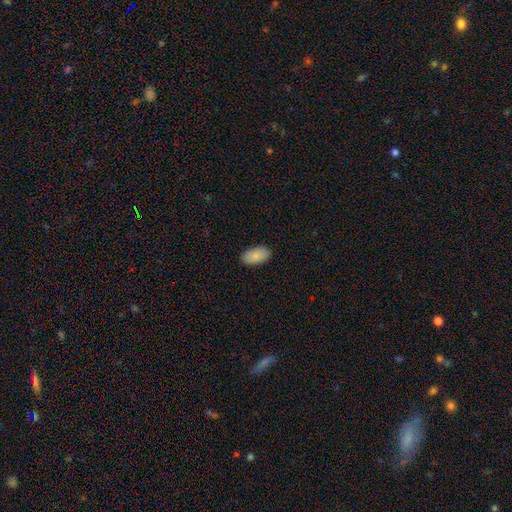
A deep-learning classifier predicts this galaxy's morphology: Q: Smooth or featured?
A: smooth (88%); runner-up: star or artifact (6%)
Q: How rounded?
A: in between (95%); runner-up: round (3%)
Q: Merging?
A: none (89%); runner-up: minor disturbance (8%)